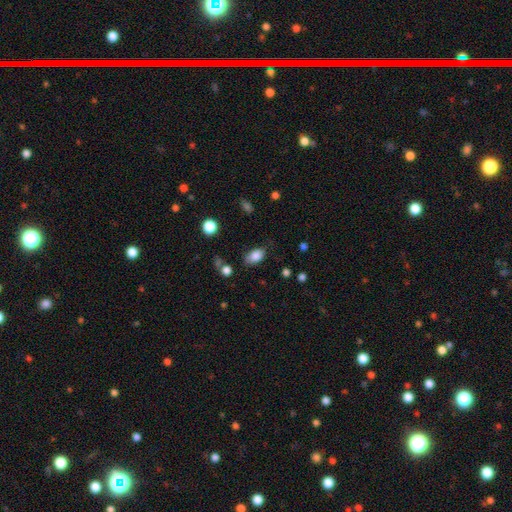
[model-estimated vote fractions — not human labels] Morphology: type=smooth (85%); roundness=in between (90%); merging=none (71%).